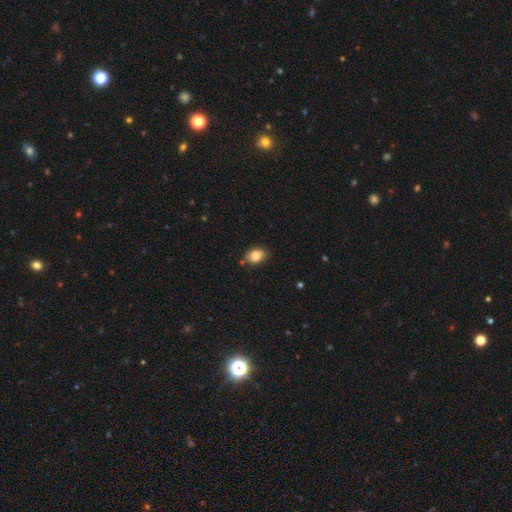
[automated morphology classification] smooth-or-featured: smooth: 83% | star or artifact: 9% | featured or disk: 8%
  how-rounded: in between: 58% | round: 41% | cigar-shaped: 1%
  merging: none: 75% | minor disturbance: 18% | merger: 4% | major disturbance: 3%